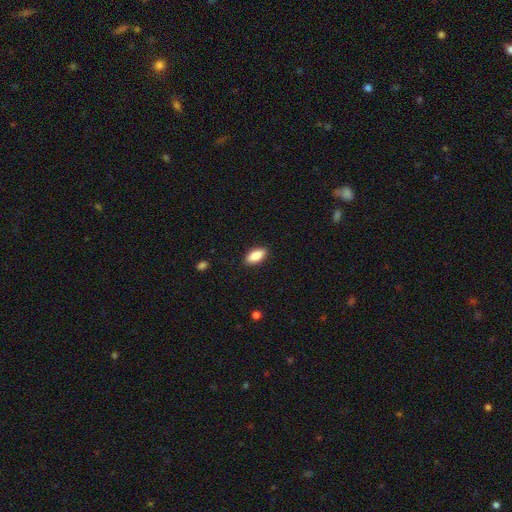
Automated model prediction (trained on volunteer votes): smooth 85%, featured or disk 8%, star or artifact 7%. Down the decision tree: how rounded — in between (89%); merging — none (89%).